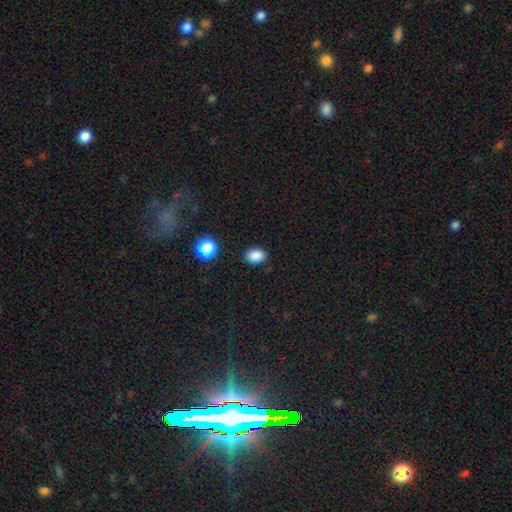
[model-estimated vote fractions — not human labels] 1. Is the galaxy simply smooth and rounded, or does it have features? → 85% smooth, 11% star or artifact, 3% featured or disk.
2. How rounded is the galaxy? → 72% in between, 27% round, 1% cigar-shaped.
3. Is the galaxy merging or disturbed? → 86% none, 10% minor disturbance, 2% major disturbance, 2% merger.